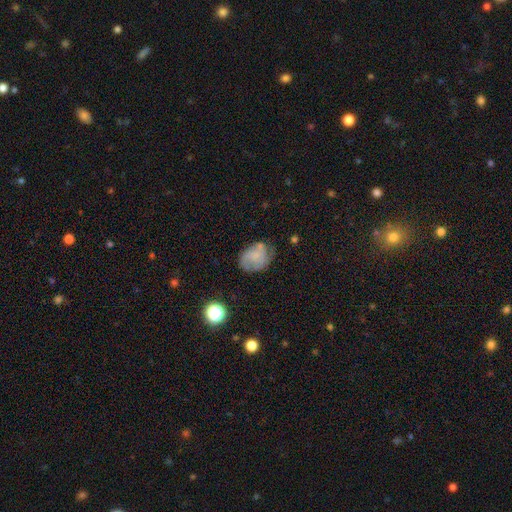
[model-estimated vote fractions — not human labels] This appears to be a smooth galaxy with no disk features (53%) that is in between round and cigar-shaped (59%). Merging: none (50%).